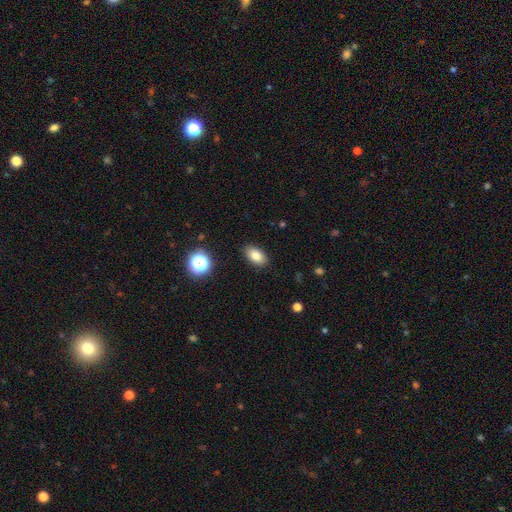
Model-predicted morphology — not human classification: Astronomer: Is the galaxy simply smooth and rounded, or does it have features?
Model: smooth — 82%.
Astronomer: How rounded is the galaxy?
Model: in between — 90%.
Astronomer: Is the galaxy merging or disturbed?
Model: none — 88%.